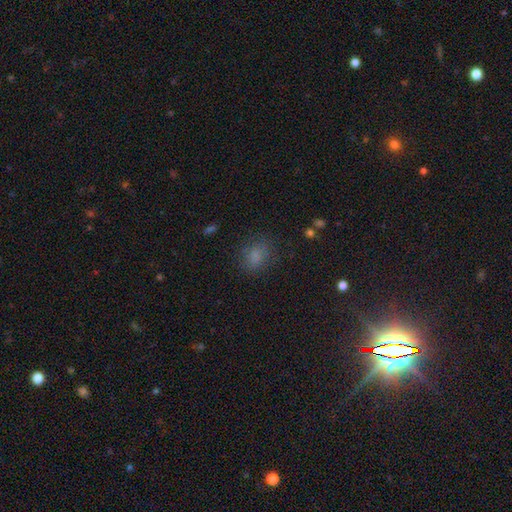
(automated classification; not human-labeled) Smooth or featured: smooth — 76% (star or artifact — 15%)
How rounded: in between — 63% (round — 36%)
Merging: none — 74% (minor disturbance — 17%)